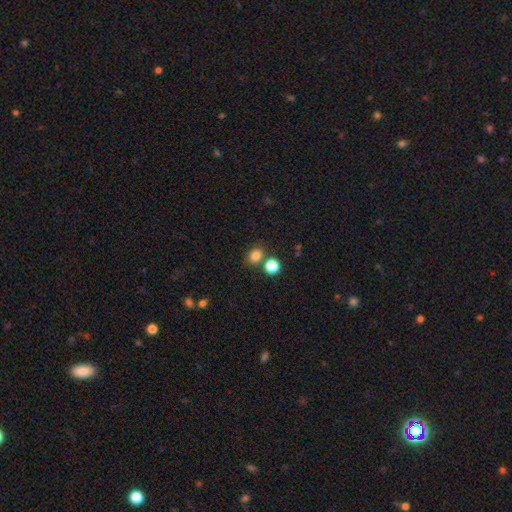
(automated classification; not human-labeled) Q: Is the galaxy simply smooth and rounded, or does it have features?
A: smooth — 81%.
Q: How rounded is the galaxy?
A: round — 67%.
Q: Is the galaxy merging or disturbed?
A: none — 71%.